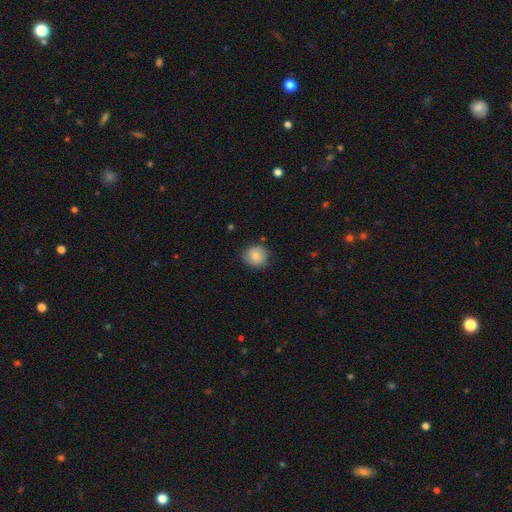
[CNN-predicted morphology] A smooth galaxy with no disk features (83%) that is round (88%). Merging: none (83%).